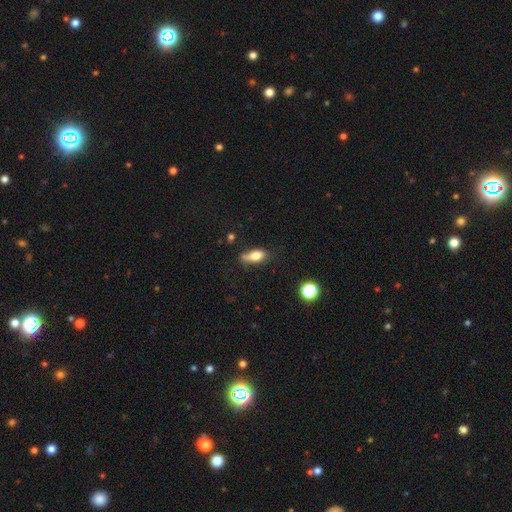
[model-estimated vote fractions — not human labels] Overall: smooth (75%). How rounded: in between (77%). Merging: none (50%; minor disturbance 33%).